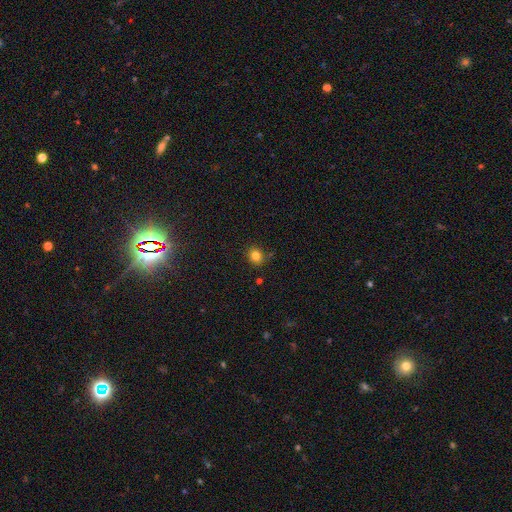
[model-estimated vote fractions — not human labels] This appears to be a smooth galaxy with no disk features (81%) that is round (79%). Merging: none (82%).